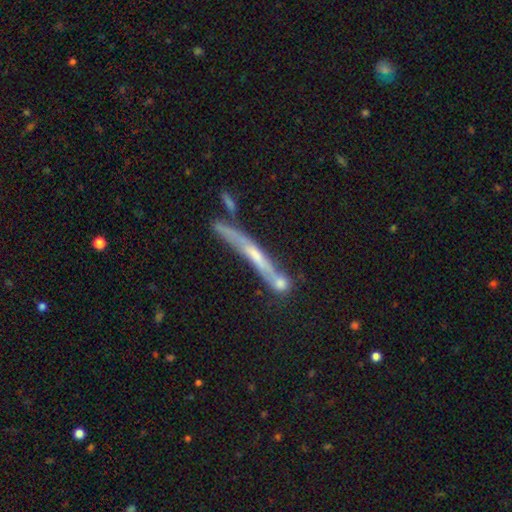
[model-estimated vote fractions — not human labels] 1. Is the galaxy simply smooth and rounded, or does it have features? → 65% featured or disk, 24% smooth, 11% star or artifact.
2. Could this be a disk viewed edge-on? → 89% yes, 11% no.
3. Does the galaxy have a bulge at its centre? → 50% none, 41% rounded, 9% boxy.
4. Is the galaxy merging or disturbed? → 57% none, 18% merger, 16% minor disturbance, 8% major disturbance.